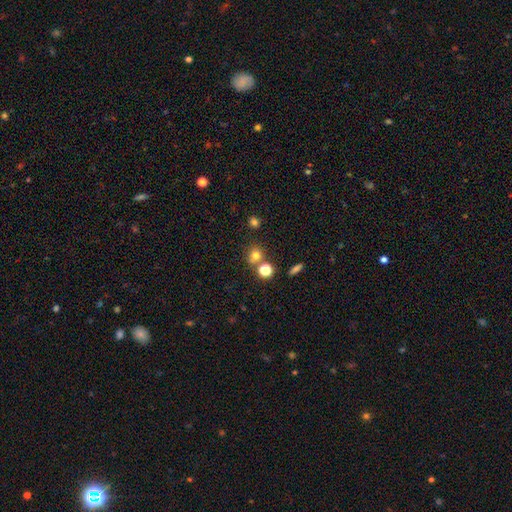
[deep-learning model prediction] Smooth or featured: smooth — 74% (star or artifact — 17%)
How rounded: round — 78% (in between — 20%)
Merging: none — 63% (merger — 23%)